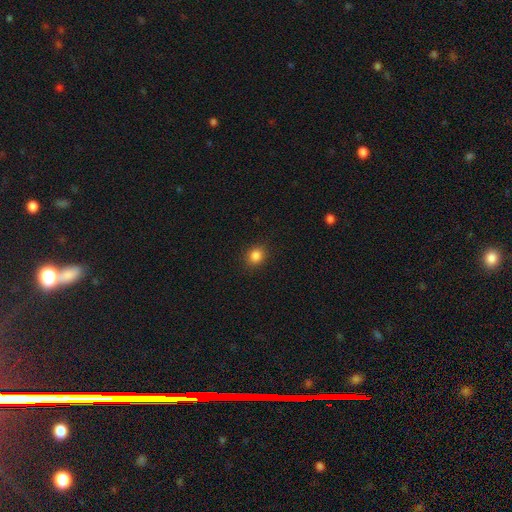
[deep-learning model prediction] smooth 85%, star or artifact 11%, featured or disk 4%. Down the decision tree: how rounded — round (74%); merging — none (89%).